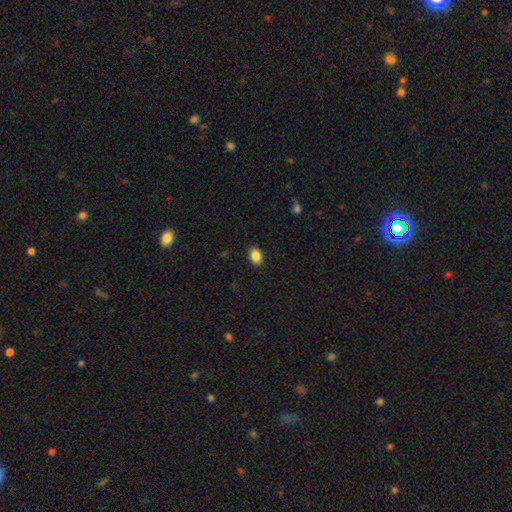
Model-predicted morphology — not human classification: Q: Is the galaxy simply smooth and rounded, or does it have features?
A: smooth — 87%.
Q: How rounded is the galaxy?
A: in between — 82%.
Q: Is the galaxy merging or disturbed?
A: none — 90%.